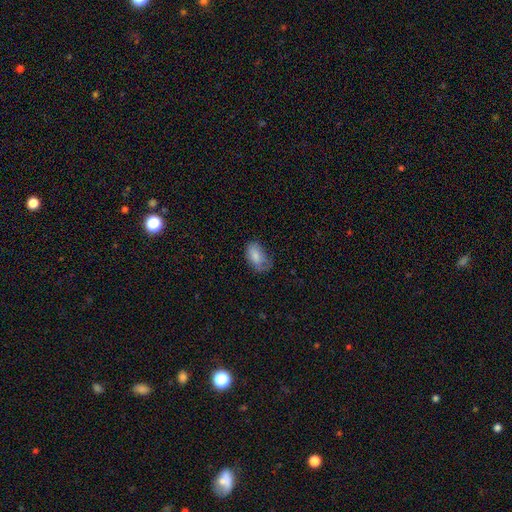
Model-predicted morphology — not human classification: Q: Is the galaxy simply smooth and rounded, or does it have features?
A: smooth — 80%.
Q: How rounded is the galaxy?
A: in between — 92%.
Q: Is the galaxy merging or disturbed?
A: none — 53%.